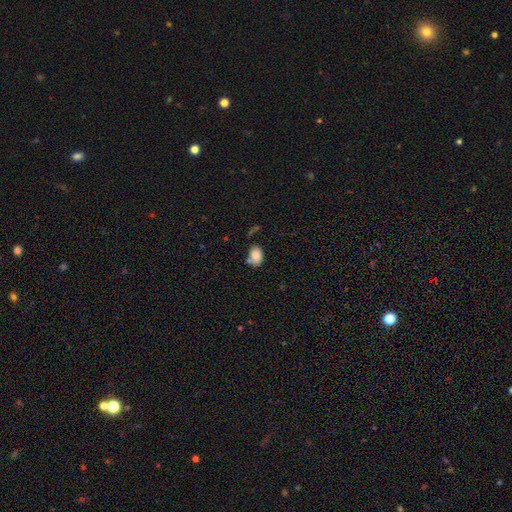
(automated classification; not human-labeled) The model was most divided on "merging": none: 58%, minor disturbance: 21%, merger: 15%, major disturbance: 6%. More confident: how rounded — in between (86%); smooth or featured — smooth (83%).